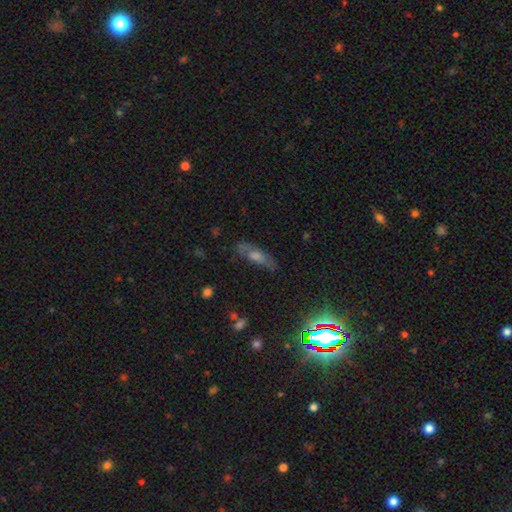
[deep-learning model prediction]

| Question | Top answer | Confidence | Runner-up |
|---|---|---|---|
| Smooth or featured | smooth | 42% | featured or disk (37%) |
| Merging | none | 71% | minor disturbance (20%) |